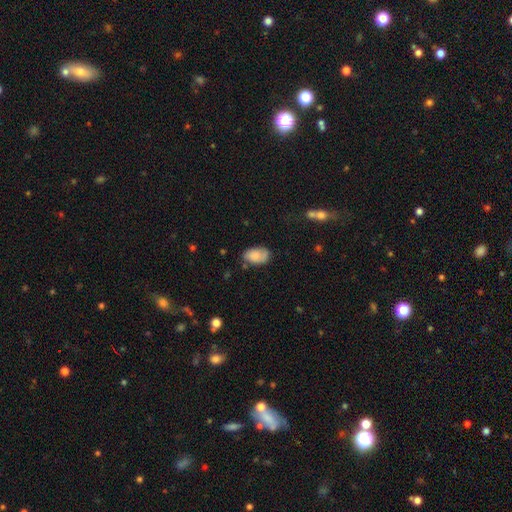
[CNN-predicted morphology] A smooth galaxy with no disk features (74%) that is in between round and cigar-shaped (90%).

Vote fractions:
- Smooth or featured? smooth: 74% / featured or disk: 18% / star or artifact: 8%
- How rounded? in between: 90% / round: 8% / cigar-shaped: 1%
- Merging? none: 62% / minor disturbance: 27% / major disturbance: 8% / merger: 4%